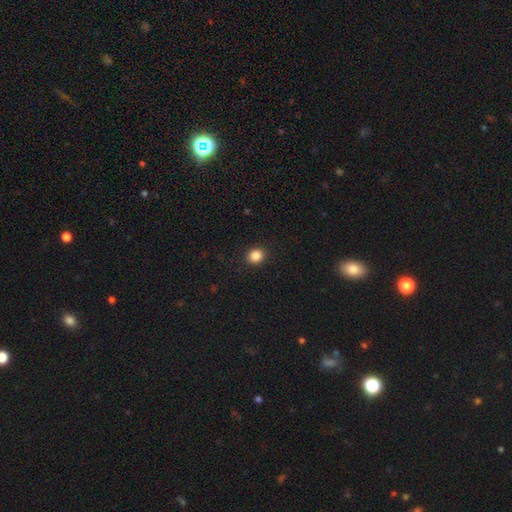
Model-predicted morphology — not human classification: smooth-or-featured: smooth: 86% | star or artifact: 10% | featured or disk: 3%
  how-rounded: round: 80% | in between: 19% | cigar-shaped: 1%
  merging: none: 92% | minor disturbance: 6% | major disturbance: 2% | merger: 1%